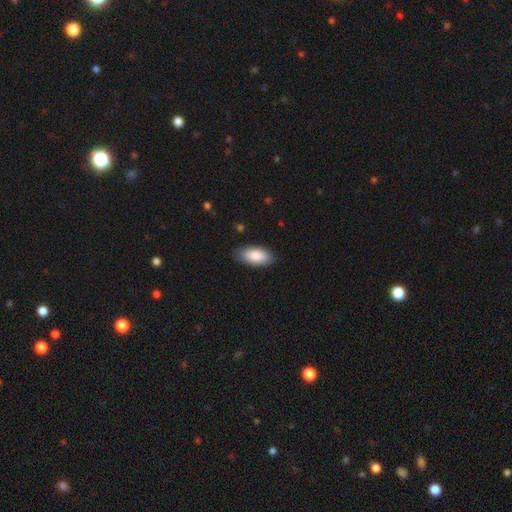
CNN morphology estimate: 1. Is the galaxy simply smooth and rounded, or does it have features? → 88% smooth, 6% featured or disk, 6% star or artifact.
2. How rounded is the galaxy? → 93% in between, 5% cigar-shaped, 2% round.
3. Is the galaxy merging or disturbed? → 85% none, 12% minor disturbance, 2% major disturbance, 1% merger.